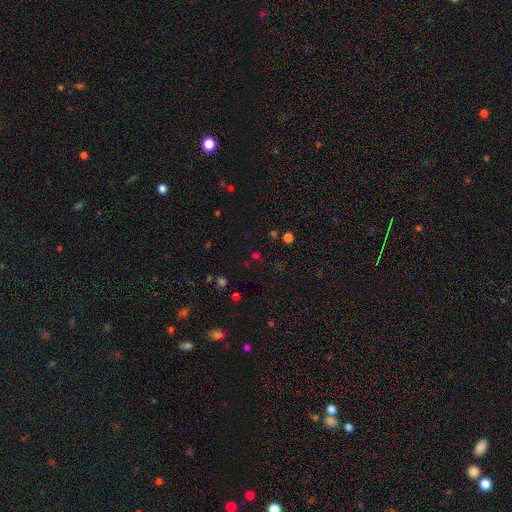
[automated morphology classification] A star or artifact, not a galaxy (53%).